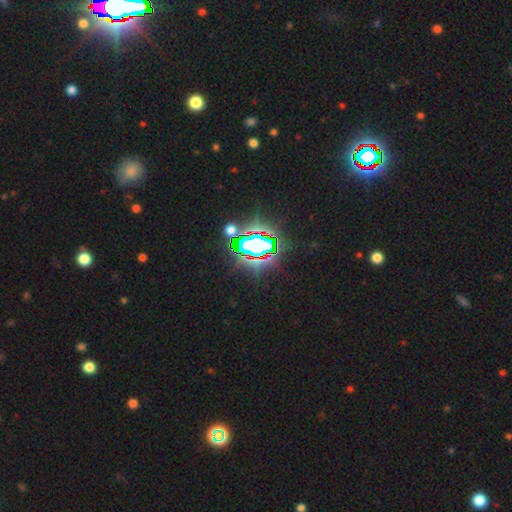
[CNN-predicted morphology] Smooth or featured? star or artifact (82%)